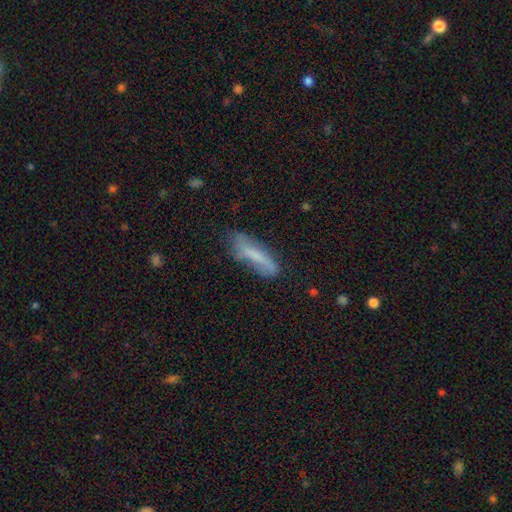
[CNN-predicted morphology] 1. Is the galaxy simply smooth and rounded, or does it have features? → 63% smooth, 29% featured or disk, 8% star or artifact.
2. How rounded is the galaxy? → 65% cigar-shaped, 33% in between, 2% round.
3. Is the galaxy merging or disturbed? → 57% none, 29% minor disturbance, 11% major disturbance, 4% merger.